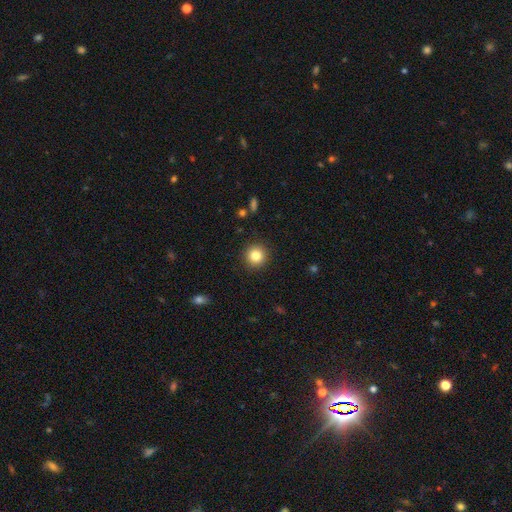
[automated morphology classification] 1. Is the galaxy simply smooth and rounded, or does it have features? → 84% smooth, 10% star or artifact, 6% featured or disk.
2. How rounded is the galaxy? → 94% round, 5% in between, 1% cigar-shaped.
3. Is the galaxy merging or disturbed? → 91% none, 6% minor disturbance, 2% major disturbance, 1% merger.